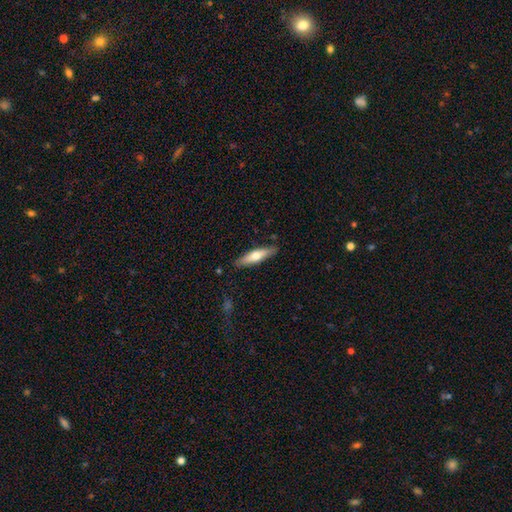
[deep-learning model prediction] smooth-or-featured: smooth: 58% | featured or disk: 37% | star or artifact: 5%
  how-rounded: cigar-shaped: 71% | in between: 27% | round: 2%
  merging: none: 86% | minor disturbance: 11% | major disturbance: 2% | merger: 1%